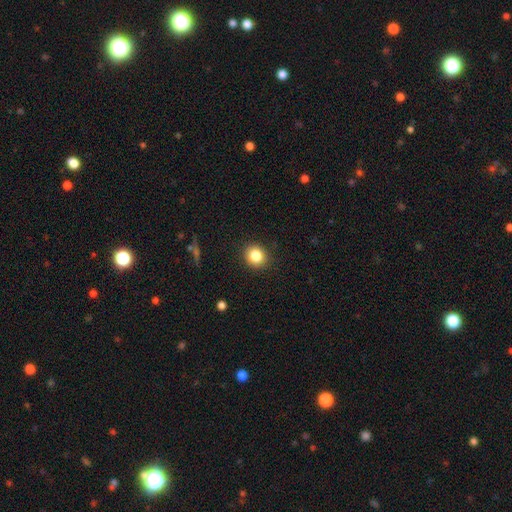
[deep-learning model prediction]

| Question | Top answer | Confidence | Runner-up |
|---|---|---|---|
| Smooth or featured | smooth | 84% | star or artifact (10%) |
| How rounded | round | 75% | in between (24%) |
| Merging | none | 90% | minor disturbance (7%) |